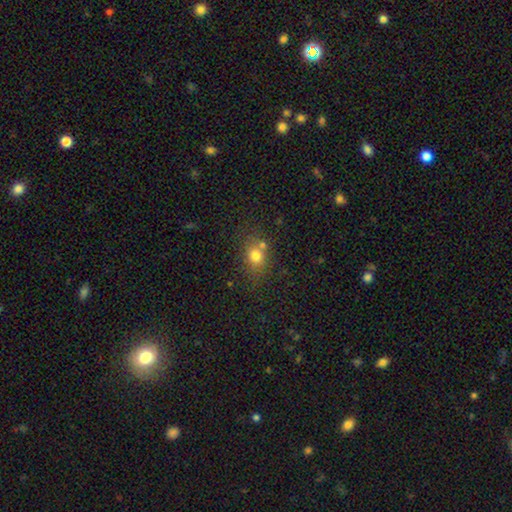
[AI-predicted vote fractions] smooth-or-featured: smooth: 75% | star or artifact: 15% | featured or disk: 10%
  how-rounded: round: 65% | in between: 34% | cigar-shaped: 1%
  merging: none: 61% | merger: 20% | minor disturbance: 14% | major disturbance: 5%